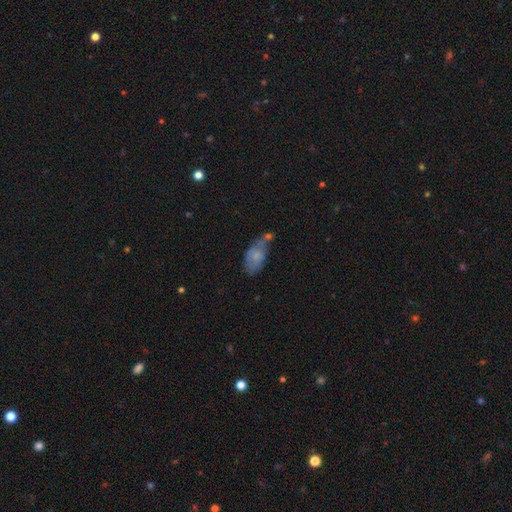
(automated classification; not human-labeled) This is likely a smooth galaxy (68%). How rounded: clearly in between (90%). Merging: marginally none (34%).